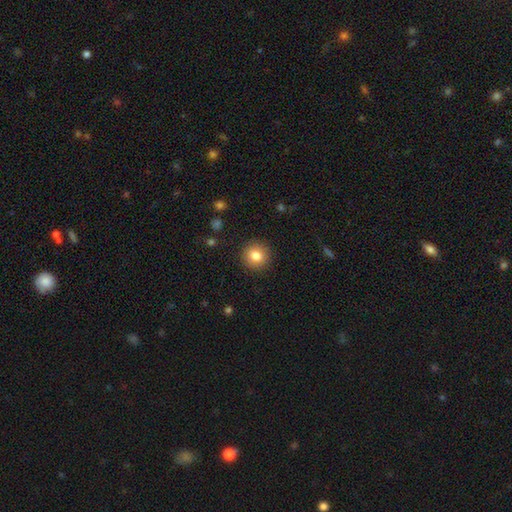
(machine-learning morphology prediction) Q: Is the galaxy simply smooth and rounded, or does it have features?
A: smooth — 83%.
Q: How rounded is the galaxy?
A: round — 91%.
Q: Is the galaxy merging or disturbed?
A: none — 91%.